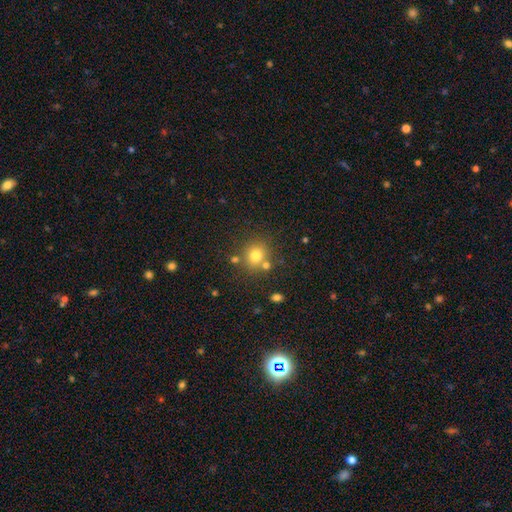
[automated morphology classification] Q: Smooth or featured?
A: smooth (75%); runner-up: star or artifact (15%)
Q: How rounded?
A: round (82%); runner-up: in between (17%)
Q: Merging?
A: none (70%); runner-up: merger (15%)